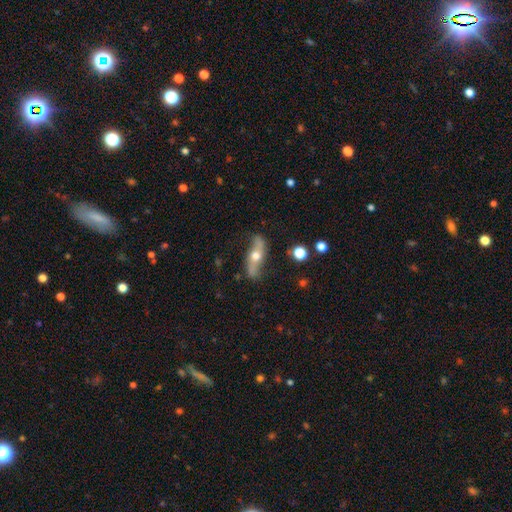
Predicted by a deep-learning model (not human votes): This appears to be a featured or disk galaxy (63%). Merging: none (75%).